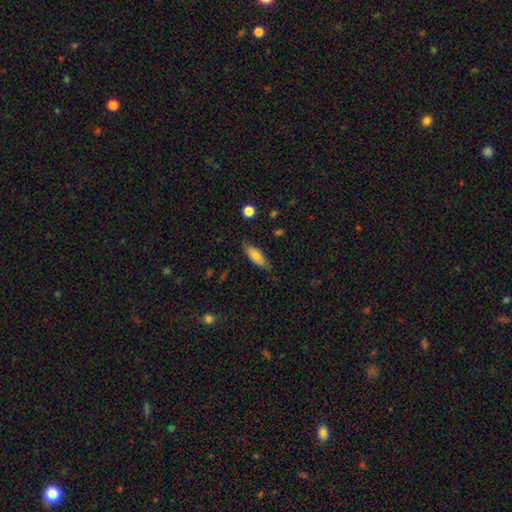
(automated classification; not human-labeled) This is likely a smooth galaxy (72%). How rounded: likely in between (70%). Merging: likely none (73%).